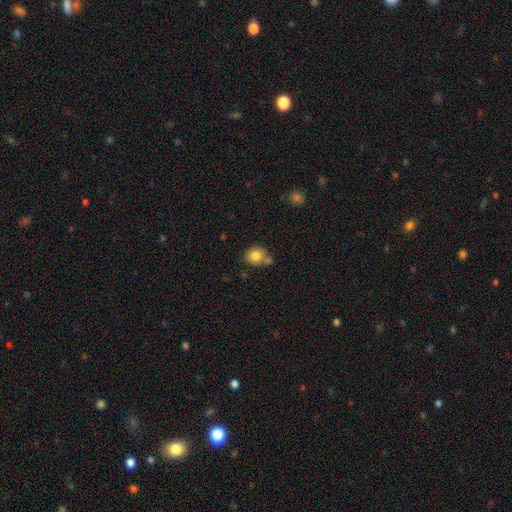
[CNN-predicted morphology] smooth 81%, star or artifact 10%, featured or disk 9%. Down the decision tree: how rounded — round (79%); merging — none (59%).